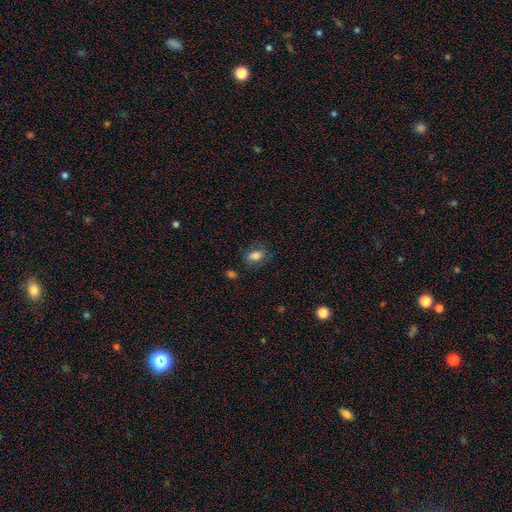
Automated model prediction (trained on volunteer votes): Morphology: type=smooth (78%); roundness=in between (79%); merging=none (75%).